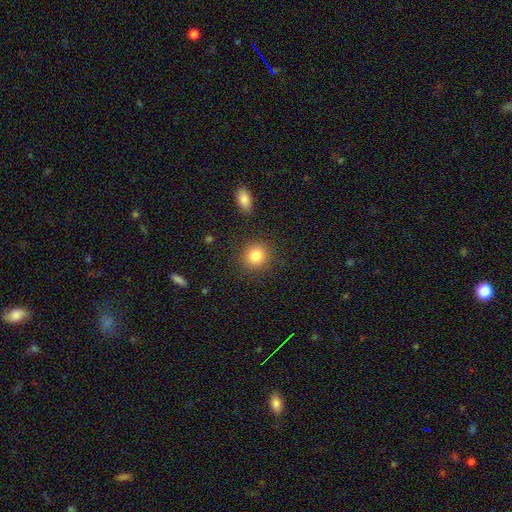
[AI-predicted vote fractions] This is clearly a smooth galaxy (84%). How rounded: clearly round (88%). Merging: clearly none (88%).